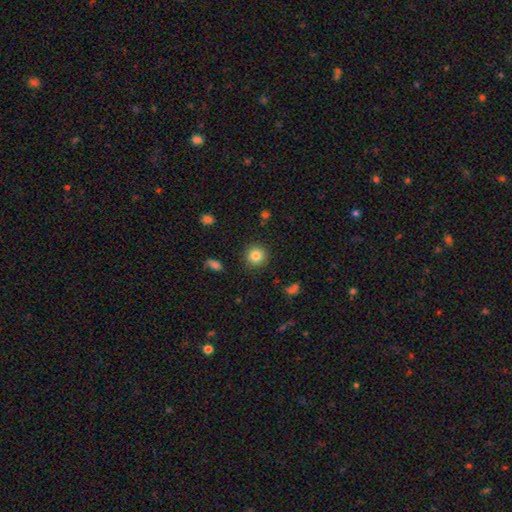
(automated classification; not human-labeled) Smooth or featured: smooth — 84% (star or artifact — 10%)
How rounded: round — 94% (in between — 6%)
Merging: none — 90% (minor disturbance — 7%)